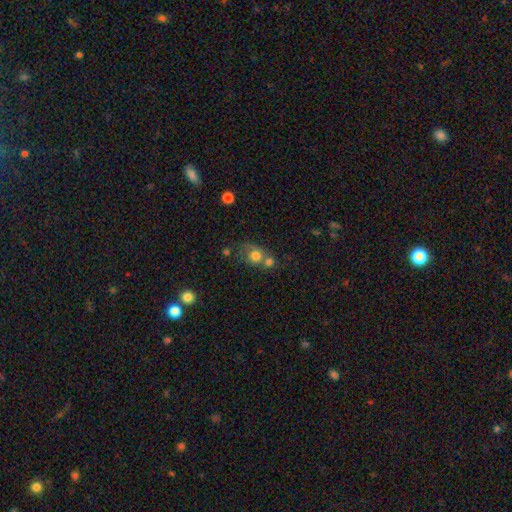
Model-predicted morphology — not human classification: Smooth or featured: smooth — 74% (featured or disk — 15%)
How rounded: round — 71% (in between — 28%)
Merging: merger — 46% (none — 32%)